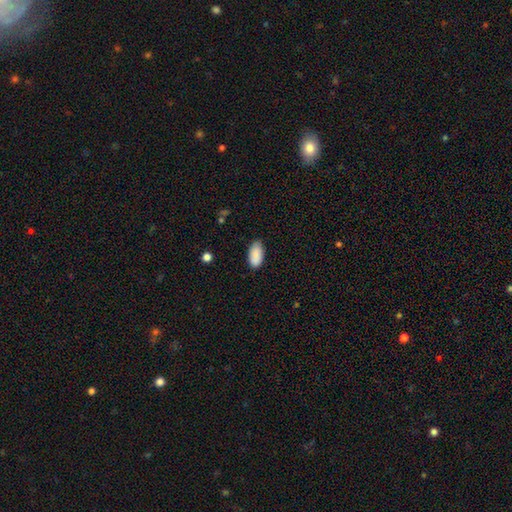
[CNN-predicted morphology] Overall: smooth (89%). How rounded: in between (94%). Merging: none (80%).